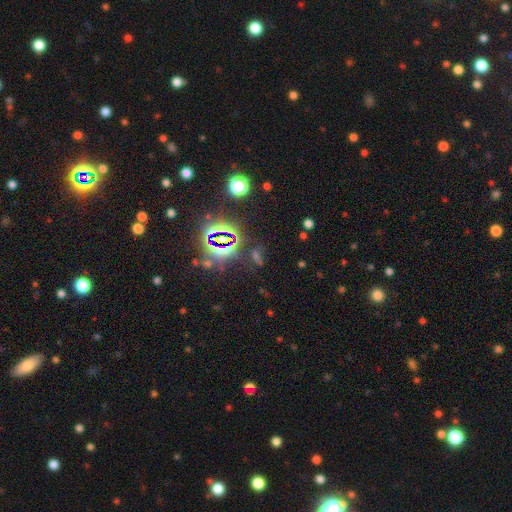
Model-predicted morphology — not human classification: smooth-or-featured: star or artifact: 68% | smooth: 22% | featured or disk: 11%